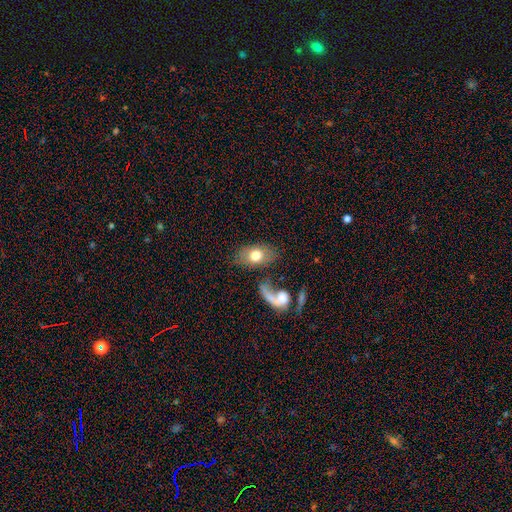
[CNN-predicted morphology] Overall: smooth (68%). How rounded: in between (84%). Merging: none (57%).